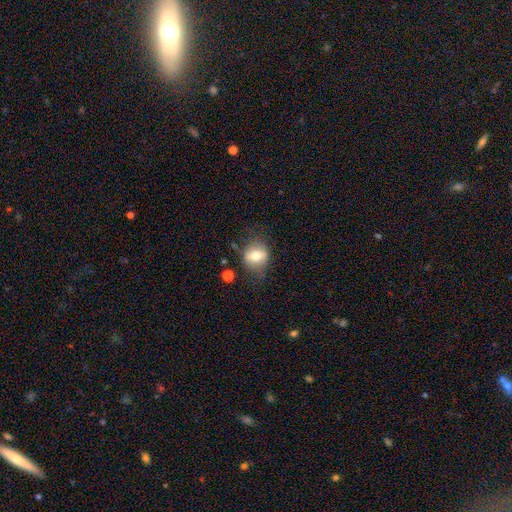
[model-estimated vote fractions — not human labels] Q: Smooth or featured?
A: smooth (64%); runner-up: featured or disk (27%)
Q: How rounded?
A: round (57%); runner-up: in between (41%)
Q: Merging?
A: none (68%); runner-up: minor disturbance (20%)